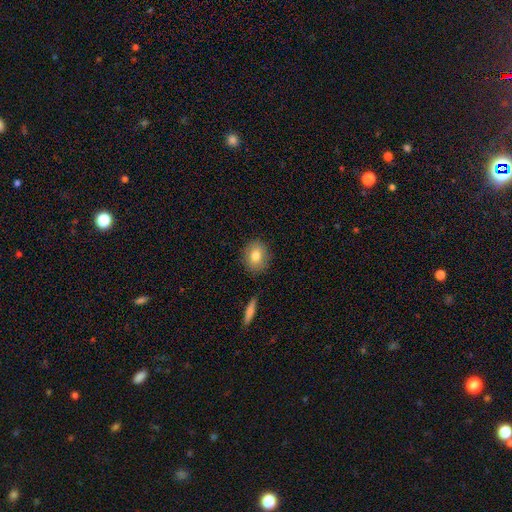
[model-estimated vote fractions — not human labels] Morphology: type=smooth (79%); roundness=round (59%); merging=none (86%).